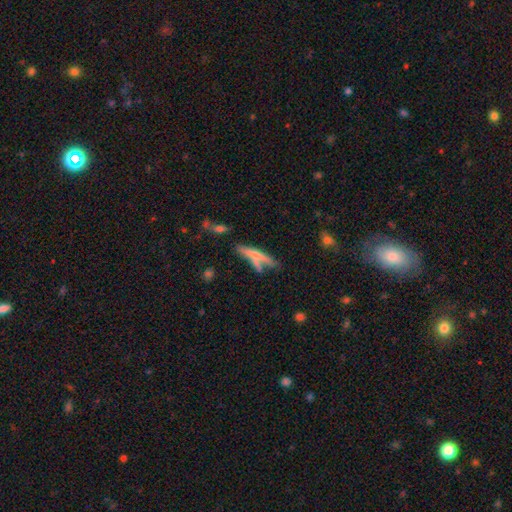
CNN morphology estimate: A smooth galaxy with no disk features (54%) that is cigar-shaped (86%). Merging: none (52%).